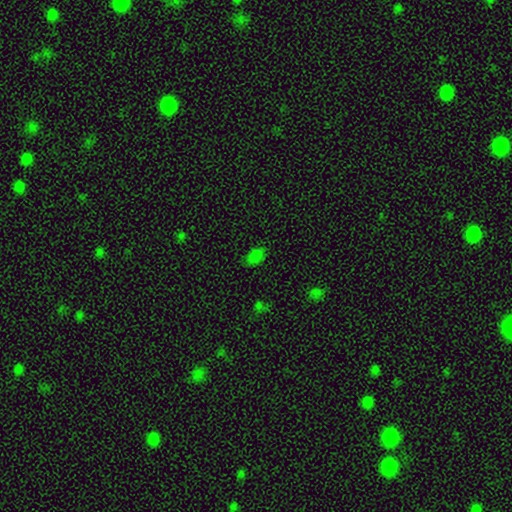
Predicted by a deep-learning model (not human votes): Smooth or featured?
  - smooth: 75% *
  - star or artifact: 21%
  - featured or disk: 5%
How rounded?
  - in between: 83% *
  - round: 15%
  - cigar-shaped: 2%
Merging?
  - none: 79% *
  - minor disturbance: 15%
  - major disturbance: 4%
  - merger: 2%